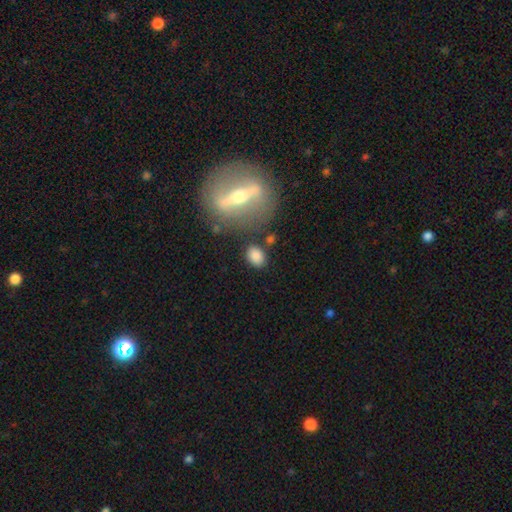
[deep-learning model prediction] This is likely a smooth galaxy (78%). How rounded: likely in between (69%). Merging: likely none (77%).